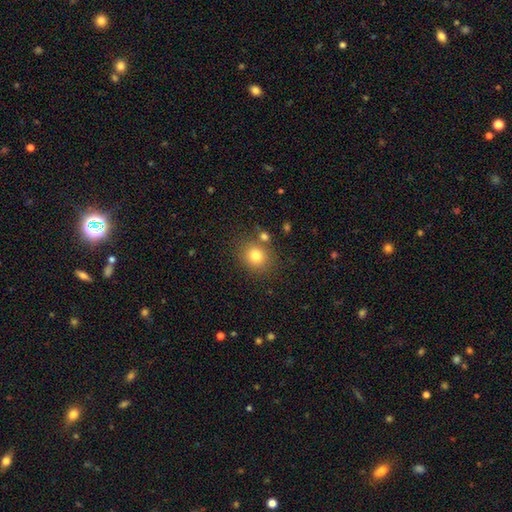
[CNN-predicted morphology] This appears to be a smooth galaxy with no disk features (80%) that is round (77%). Merging: none (78%).